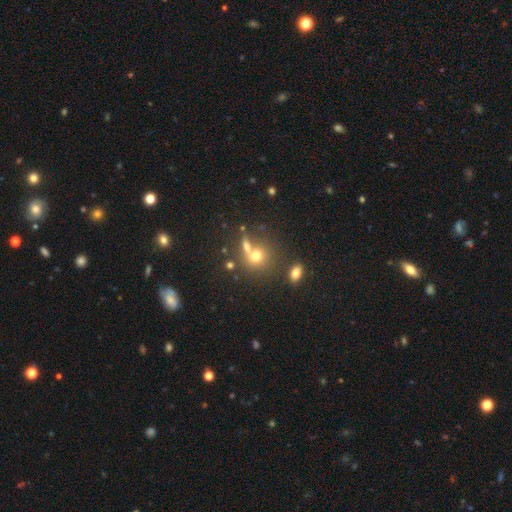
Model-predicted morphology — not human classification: Q: Smooth or featured?
A: smooth (69%); runner-up: star or artifact (16%)
Q: How rounded?
A: round (79%); runner-up: in between (19%)
Q: Merging?
A: none (48%); runner-up: merger (36%)